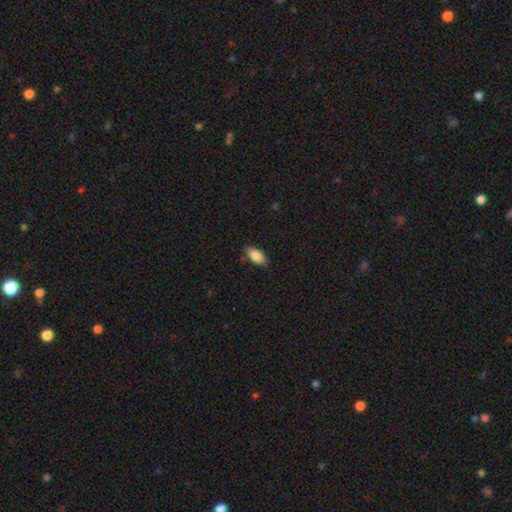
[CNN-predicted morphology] Smooth or featured? smooth (86%)
How rounded? in between (90%)
Merging? none (82%)